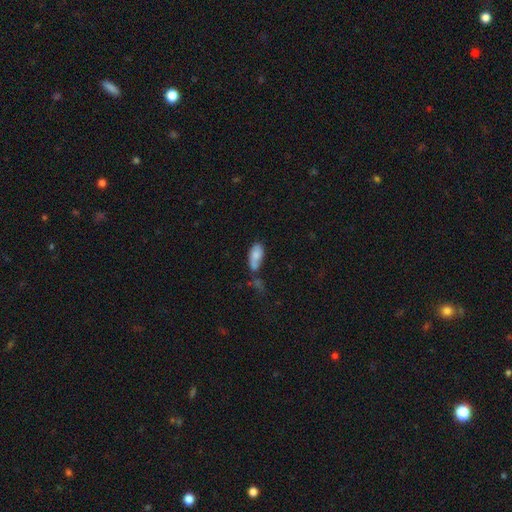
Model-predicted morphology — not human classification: smooth 77%, featured or disk 15%, star or artifact 8%. Down the decision tree: how rounded — in between (87%); merging — none (38%).